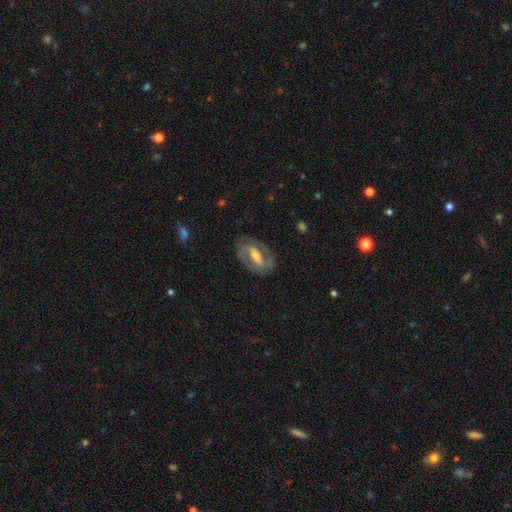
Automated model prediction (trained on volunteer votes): smooth-or-featured: featured or disk: 78% | smooth: 16% | star or artifact: 6%
  disk-edge-on: no: 94% | yes: 6%
    bar: strong: 50% | weak: 35% | no: 15%
    has-spiral-arms: yes: 83% | no: 17%
      spiral-winding: medium: 45% | tight: 41% | loose: 14%
      spiral-arm-count: 2: 84% | can't tell: 9% | 1: 3% | 3: 2% | 4: 1% | more than 4: 1%
    bulge-size: moderate: 48% | small: 34% | large: 11% | none: 6% | dominant: 2%
  merging: none: 78% | minor disturbance: 14% | major disturbance: 6% | merger: 1%